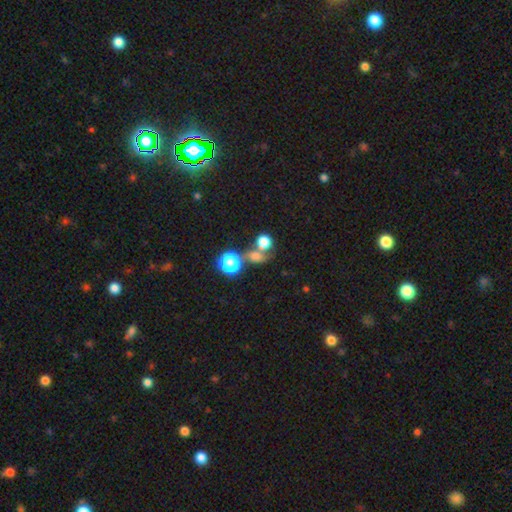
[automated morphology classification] type=smooth (65%); roundness=round (67%); merging=merger (44%).